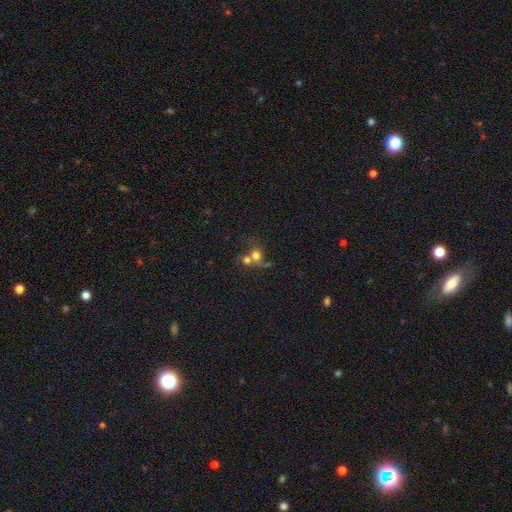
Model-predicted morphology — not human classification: Smooth or featured? smooth (69%)
How rounded? round (78%)
Merging? merger (60%)